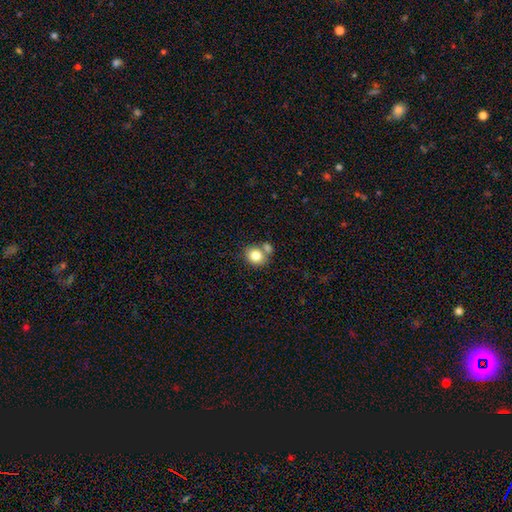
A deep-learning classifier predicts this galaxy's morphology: smooth_or_featured: smooth (p=0.82) [alt: star or artifact p=0.09]
how_rounded: round (p=0.66) [alt: in between p=0.33]
merging: none (p=0.54) [alt: merger p=0.32]